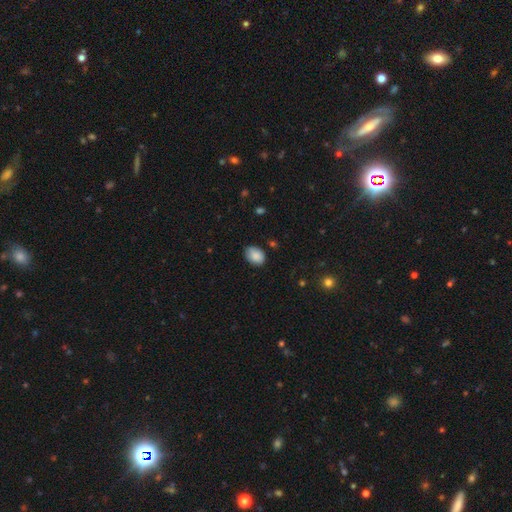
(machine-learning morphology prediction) Overall: smooth (86%). How rounded: in between (76%). Merging: none (73%).